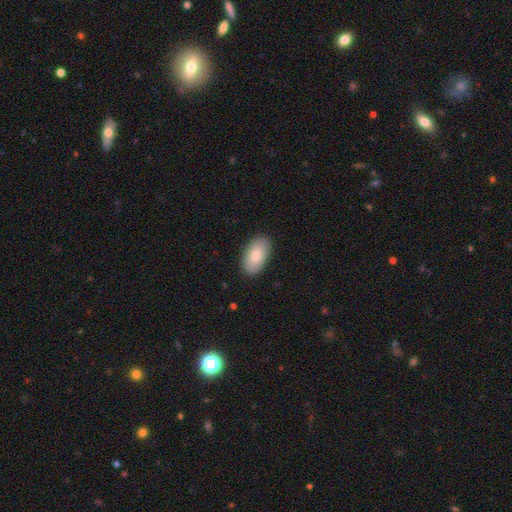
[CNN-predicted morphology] This is clearly a smooth galaxy (81%). How rounded: clearly in between (95%). Merging: clearly none (87%).